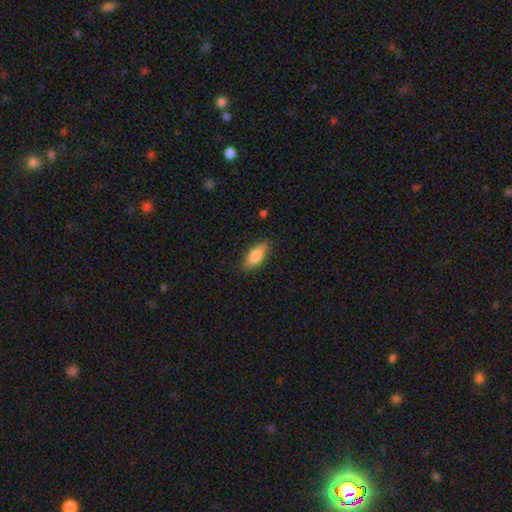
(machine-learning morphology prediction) Overall: smooth (72%). How rounded: in between (69%). Merging: none (83%).